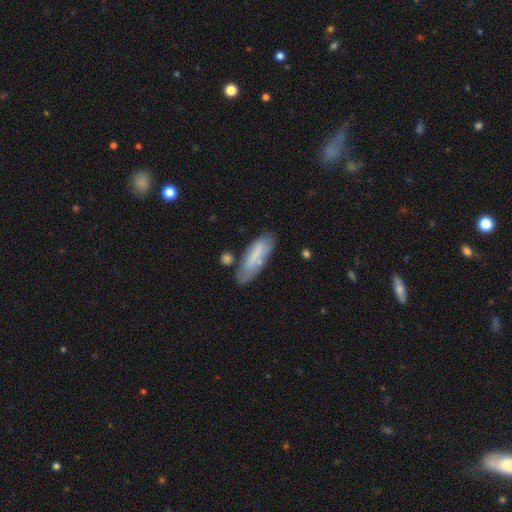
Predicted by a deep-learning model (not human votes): This is likely a smooth galaxy (66%). How rounded: possibly cigar-shaped (50%). Merging: likely none (63%).